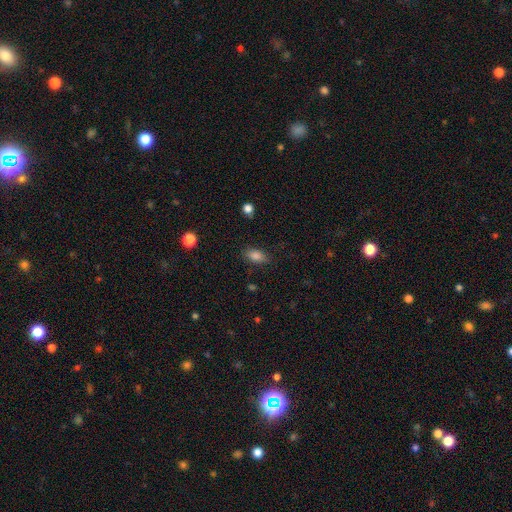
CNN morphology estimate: smooth_or_featured: smooth (p=0.83) [alt: star or artifact p=0.10]
how_rounded: in between (p=0.87) [alt: round p=0.08]
merging: none (p=0.81) [alt: minor disturbance p=0.14]